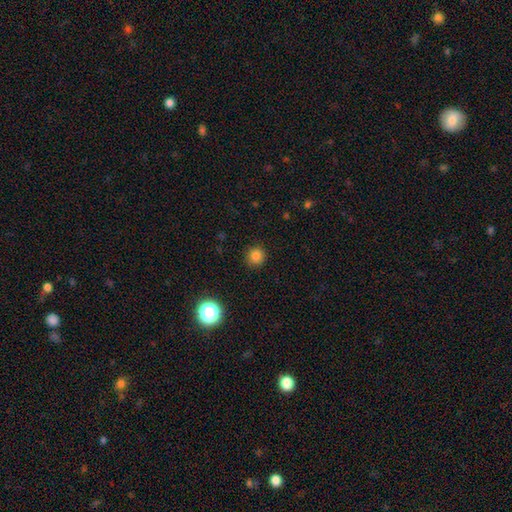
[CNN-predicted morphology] A smooth galaxy with no disk features (82%) that is round (93%). Merging: none (90%).